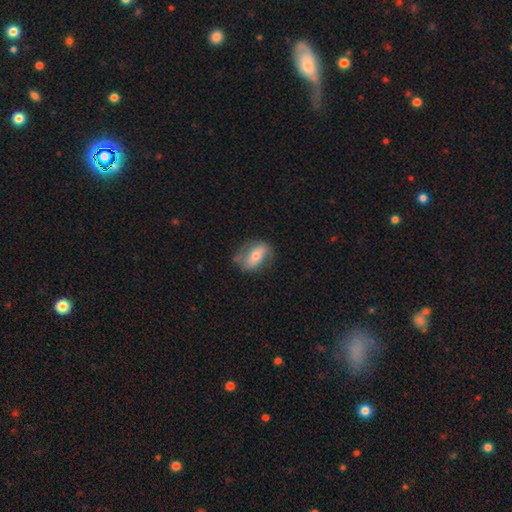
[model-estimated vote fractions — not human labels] smooth-or-featured: smooth: 53% | featured or disk: 40% | star or artifact: 7%
  how-rounded: in between: 83% | round: 13% | cigar-shaped: 3%
  merging: none: 63% | minor disturbance: 25% | major disturbance: 10% | merger: 2%